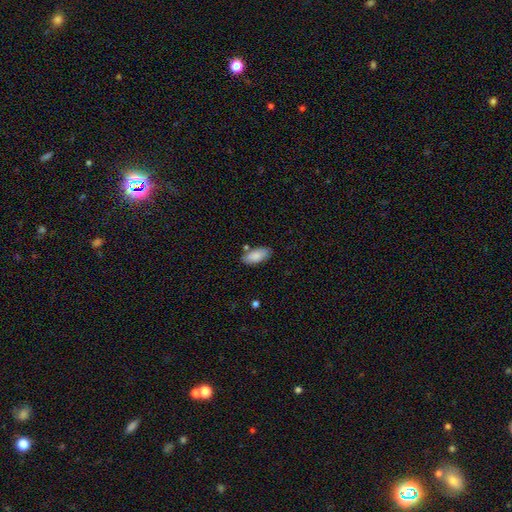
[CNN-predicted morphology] The model was most divided on "merging": none: 78%, minor disturbance: 13%, merger: 6%, major disturbance: 3%. More confident: how rounded — in between (90%); smooth or featured — smooth (85%).